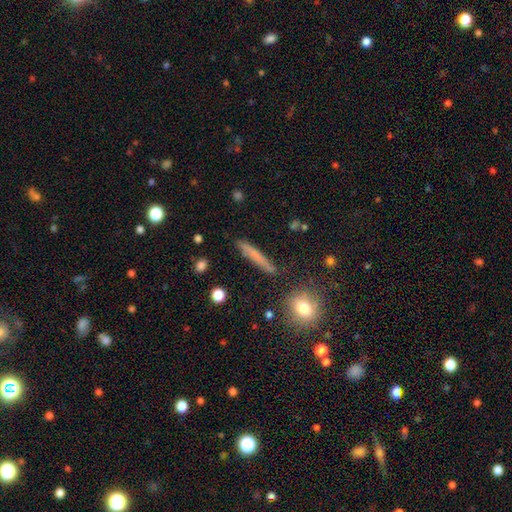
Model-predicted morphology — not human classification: A smooth galaxy with no disk features (67%) that is cigar-shaped (92%).

Vote fractions:
- Smooth or featured? smooth: 67% / featured or disk: 24% / star or artifact: 9%
- How rounded? cigar-shaped: 92% / in between: 5% / round: 3%
- Merging? none: 85% / minor disturbance: 10% / major disturbance: 2% / merger: 2%